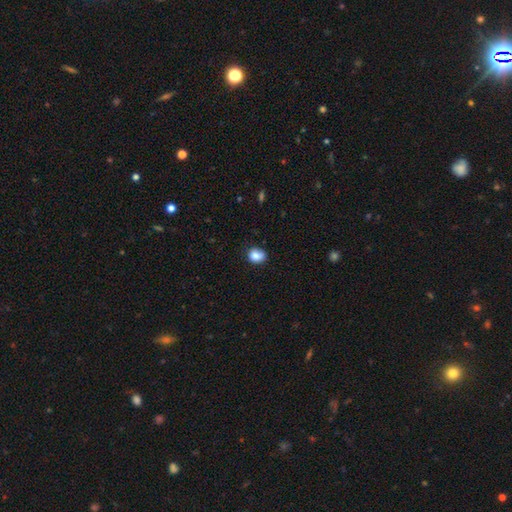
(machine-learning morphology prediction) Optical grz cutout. It shows a smooth galaxy with no disk features (83%) that is round (59%). Merging: none (69%).